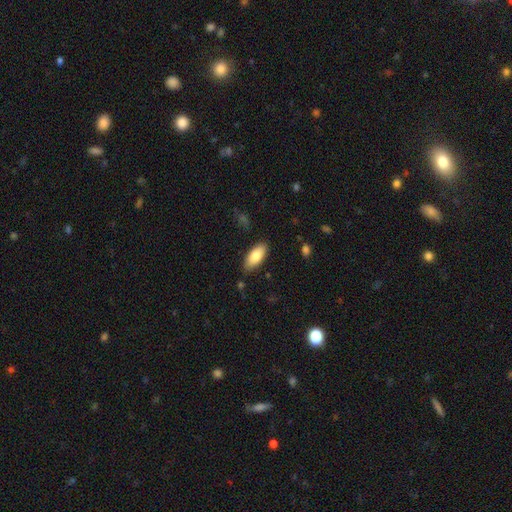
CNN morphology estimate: Overall: smooth (84%). How rounded: in between (86%). Merging: none (83%).